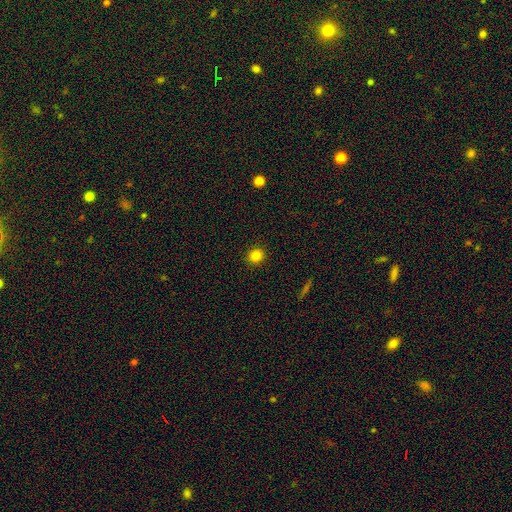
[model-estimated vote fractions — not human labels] Smooth or featured? Predicted: smooth (p=0.83). How rounded? Predicted: round (p=0.87). Merging? Predicted: none (p=0.92).